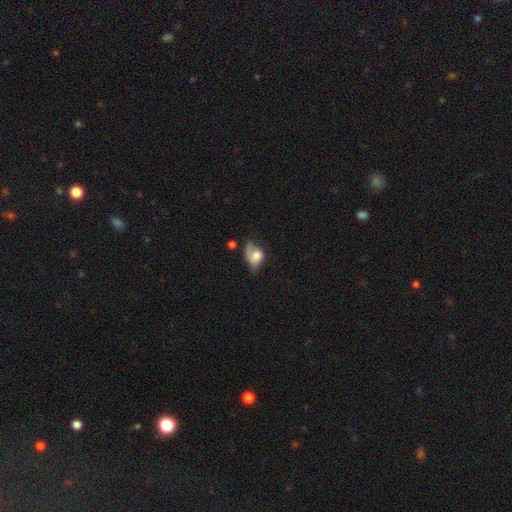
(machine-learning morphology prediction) Smooth or featured? smooth (69%)
How rounded? in between (73%)
Merging? minor disturbance (40%)